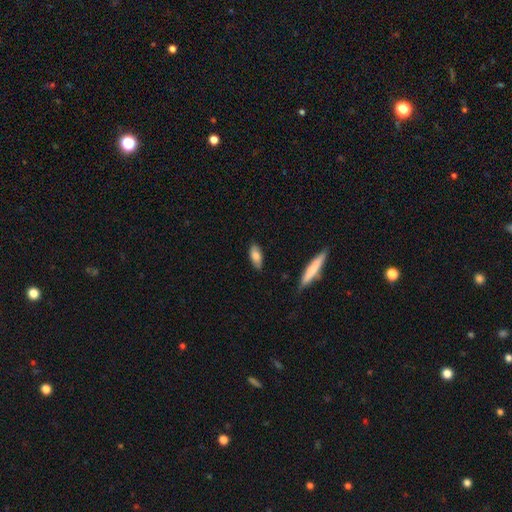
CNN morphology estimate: smooth_or_featured: smooth (p=0.79) [alt: featured or disk p=0.15]
how_rounded: in between (p=0.81) [alt: cigar-shaped p=0.17]
merging: none (p=0.83) [alt: minor disturbance p=0.13]